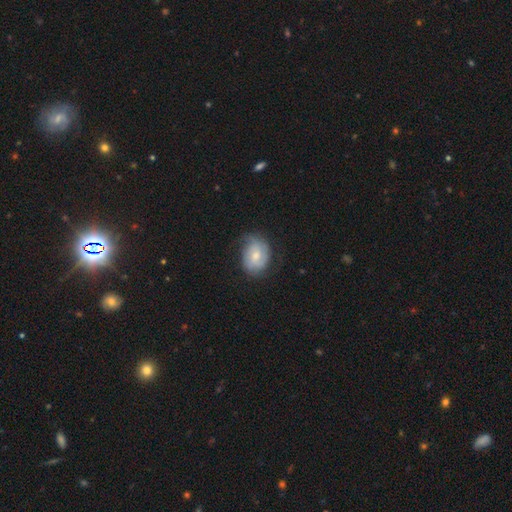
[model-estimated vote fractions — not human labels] smooth-or-featured: smooth: 57% | featured or disk: 37% | star or artifact: 7%
  how-rounded: in between: 58% | round: 41% | cigar-shaped: 1%
  merging: none: 60% | minor disturbance: 29% | major disturbance: 10% | merger: 1%